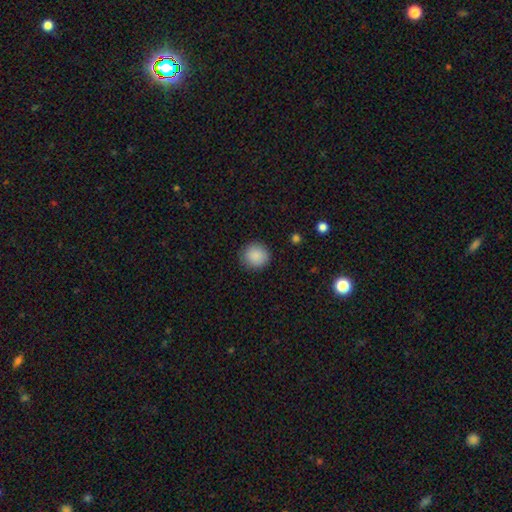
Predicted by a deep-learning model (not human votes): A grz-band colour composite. It shows a smooth galaxy with no disk features (88%) that is round (91%). Merging: none (89%).